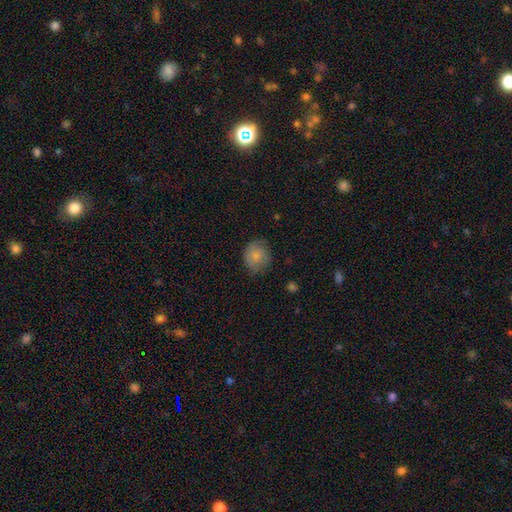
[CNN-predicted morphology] type=smooth (75%); roundness=round (78%); merging=none (71%).